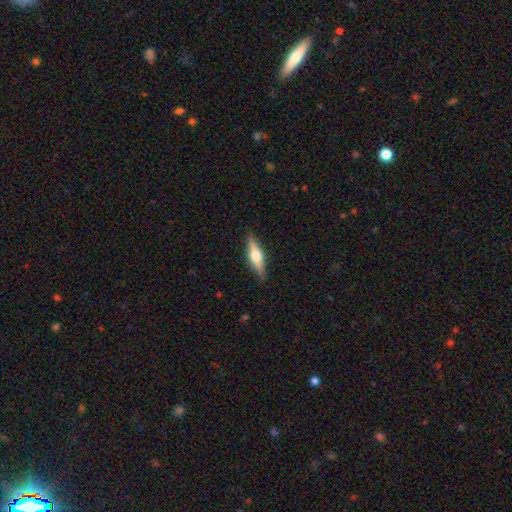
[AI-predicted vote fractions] featured or disk 52%, smooth 42%, star or artifact 6%. Down the decision tree: edge-on disk — yes (93%); merging — none (86%).